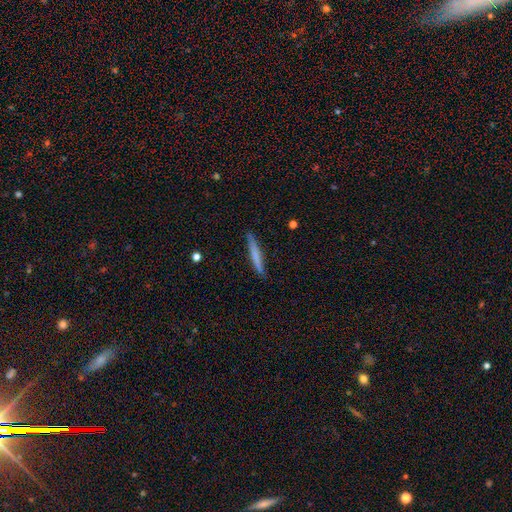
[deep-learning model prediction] Smooth or featured: smooth — 65% (featured or disk — 29%)
How rounded: cigar-shaped — 95% (in between — 4%)
Merging: none — 86% (minor disturbance — 11%)